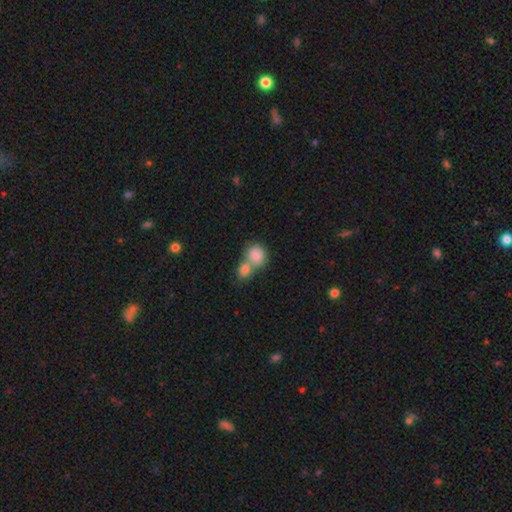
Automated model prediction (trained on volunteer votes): Q: Smooth or featured?
A: smooth (84%); runner-up: featured or disk (8%)
Q: How rounded?
A: round (59%); runner-up: in between (39%)
Q: Merging?
A: merger (64%); runner-up: none (27%)